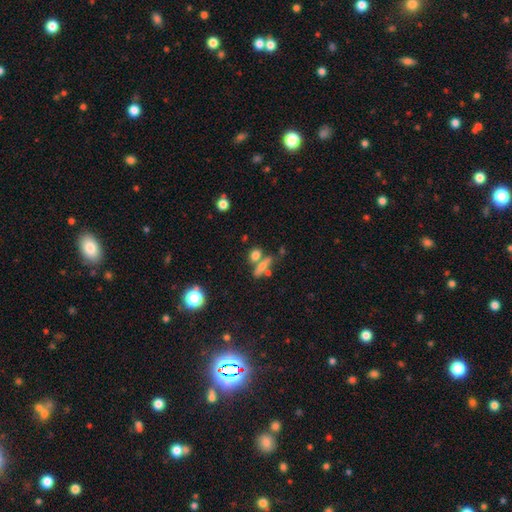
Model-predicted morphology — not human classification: Smooth or featured? smooth (63%)
How rounded? in between (38%)
Merging? none (55%)